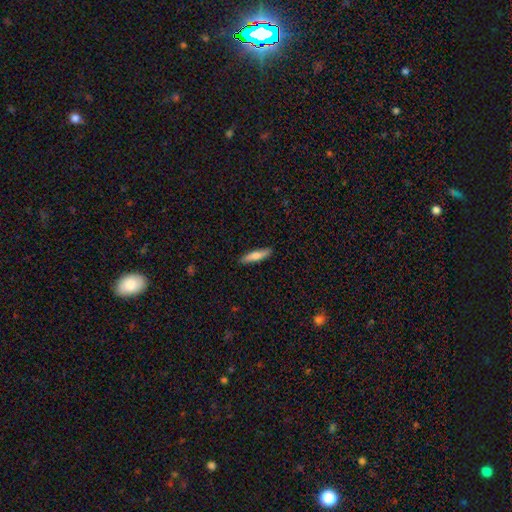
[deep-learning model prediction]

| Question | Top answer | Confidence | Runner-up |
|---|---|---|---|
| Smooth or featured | smooth | 71% | featured or disk (23%) |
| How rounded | cigar-shaped | 80% | in between (19%) |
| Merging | none | 89% | minor disturbance (8%) |